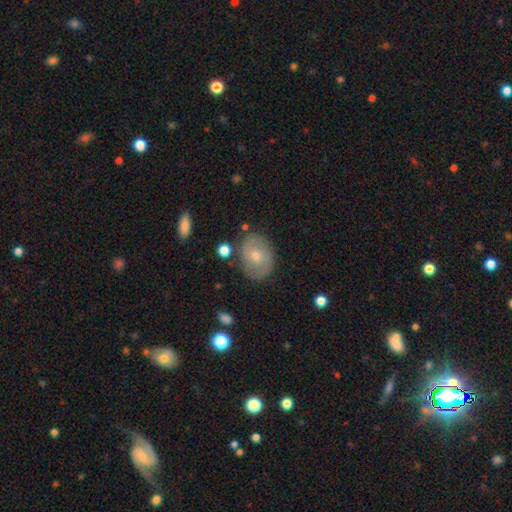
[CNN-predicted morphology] Smooth or featured?
  - featured or disk: 46% *
  - smooth: 44%
  - star or artifact: 10%
Merging?
  - none: 81% *
  - minor disturbance: 14%
  - major disturbance: 4%
  - merger: 2%